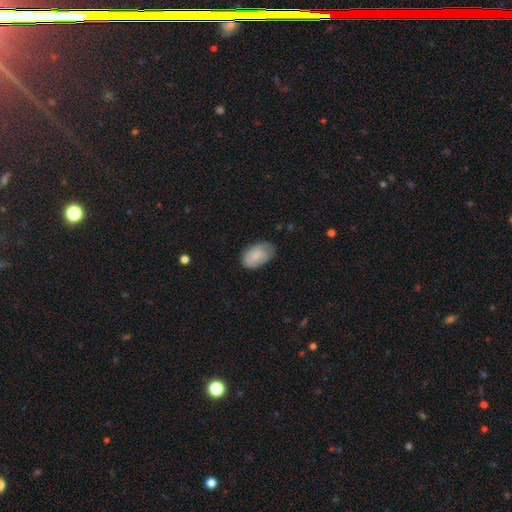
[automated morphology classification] type=smooth (75%); roundness=in between (90%); merging=none (64%).